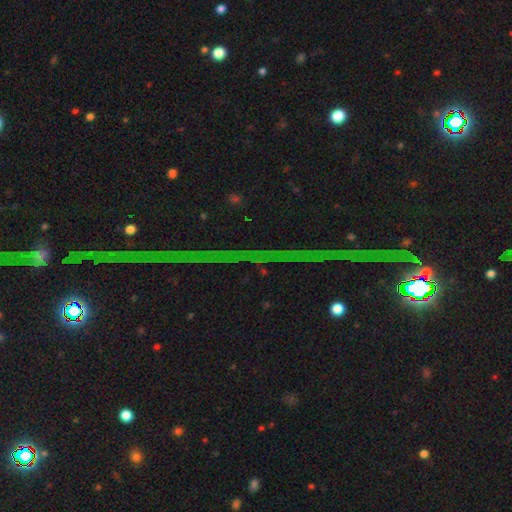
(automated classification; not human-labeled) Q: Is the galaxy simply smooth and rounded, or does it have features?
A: star or artifact — 82%.